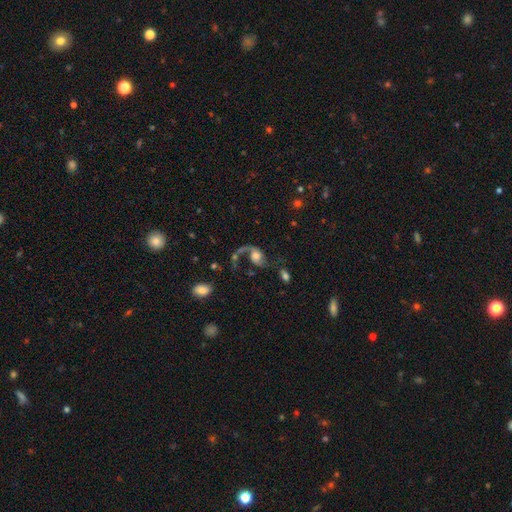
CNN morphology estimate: Smooth or featured? featured or disk (70%)
Edge-on disk? no (97%)
Bar? no (67%)
Spiral arms? yes (90%)
Spiral winding? loose (79%)
Spiral arm count? 2 (55%)
Bulge size? moderate (40%)
Merging? none (37%)